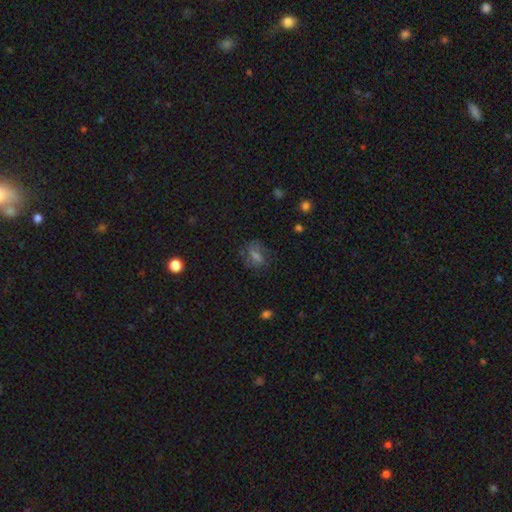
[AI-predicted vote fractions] Smooth or featured? smooth (44%)
Merging? none (72%)